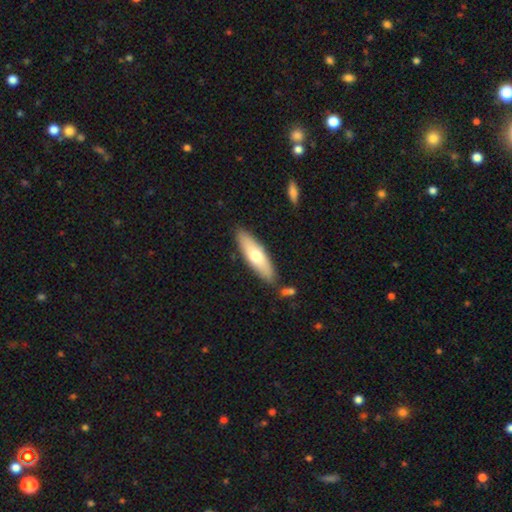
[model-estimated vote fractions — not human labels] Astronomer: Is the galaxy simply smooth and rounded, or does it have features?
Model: smooth — 61%.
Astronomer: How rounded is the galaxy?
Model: cigar-shaped — 58% (runner-up: in between, 40%).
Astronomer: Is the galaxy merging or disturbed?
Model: none — 83%.